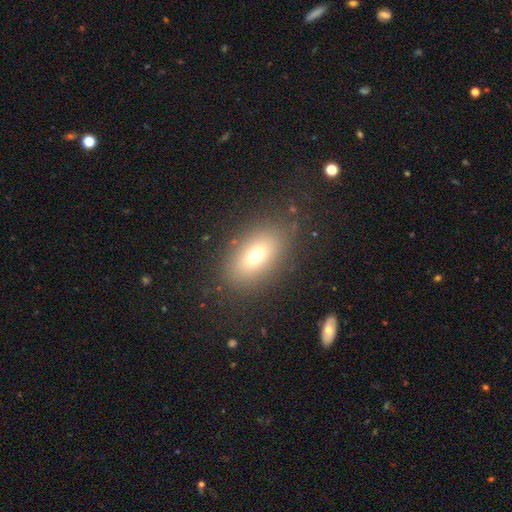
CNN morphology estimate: A smooth galaxy with no disk features (69%) that is in between round and cigar-shaped (84%). Merging: none (83%).